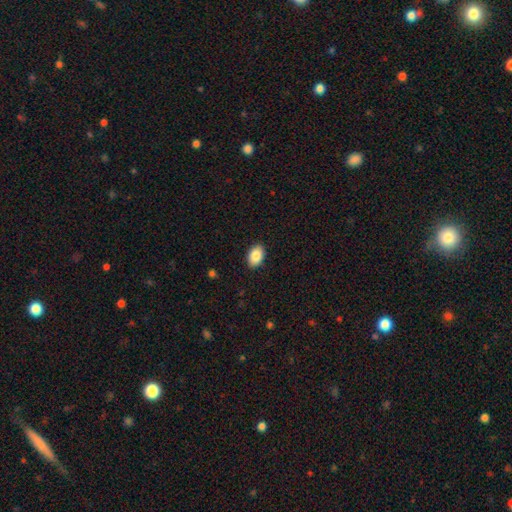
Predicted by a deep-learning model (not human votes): smooth-or-featured: smooth: 87% | star or artifact: 7% | featured or disk: 6%
  how-rounded: in between: 88% | round: 11% | cigar-shaped: 1%
  merging: none: 90% | minor disturbance: 7% | major disturbance: 2% | merger: 1%